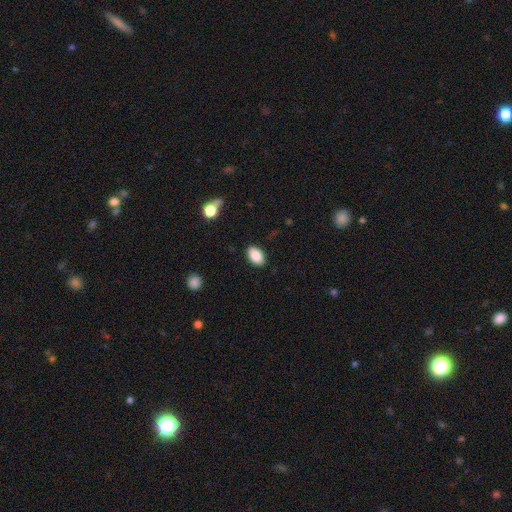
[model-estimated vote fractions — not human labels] Overall: smooth (87%). How rounded: in between (91%). Merging: none (87%).